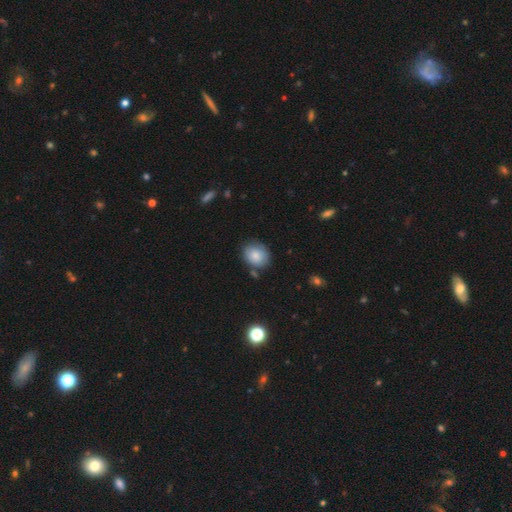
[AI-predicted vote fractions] smooth-or-featured: smooth: 85% | star or artifact: 8% | featured or disk: 7%
  how-rounded: round: 61% | in between: 38% | cigar-shaped: 1%
  merging: none: 76% | minor disturbance: 16% | merger: 5% | major disturbance: 3%